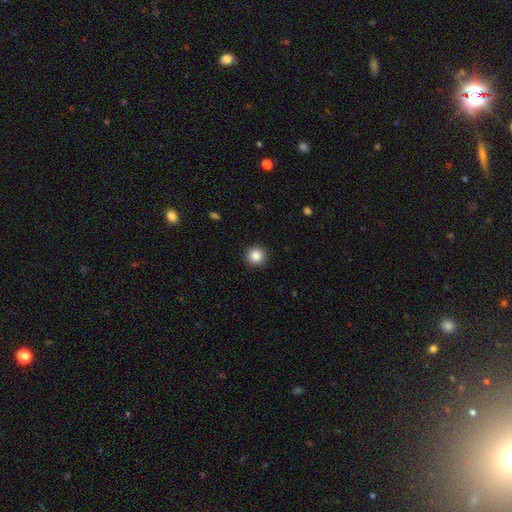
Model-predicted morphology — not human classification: smooth_or_featured: smooth (p=0.86) [alt: star or artifact p=0.10]
how_rounded: round (p=0.95) [alt: in between p=0.04]
merging: none (p=0.92) [alt: minor disturbance p=0.05]